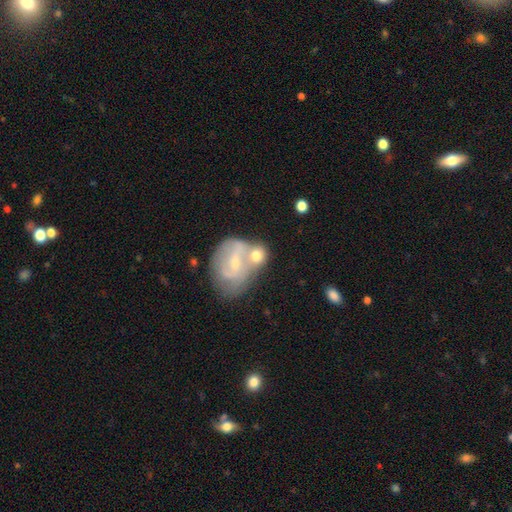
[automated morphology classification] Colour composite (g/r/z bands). It shows a smooth galaxy with no disk features (46%, tied with featured or disk). Merging: merger (49%).